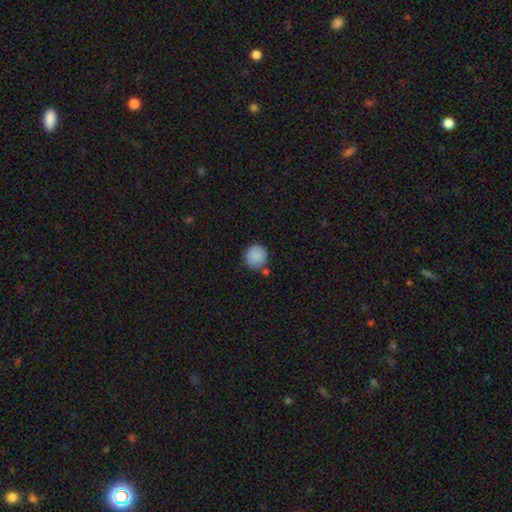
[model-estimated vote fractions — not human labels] A smooth galaxy with no disk features (88%) that is round (92%). Merging: none (76%).